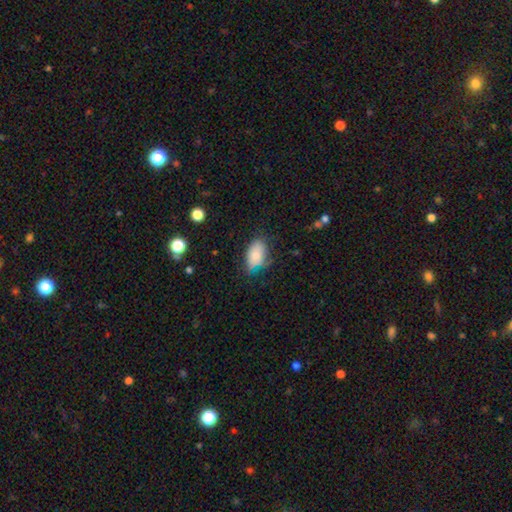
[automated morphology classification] The model was most divided on "merging": none: 58%, minor disturbance: 30%, major disturbance: 9%, merger: 3%. More confident: how rounded — in between (91%); smooth or featured — smooth (80%).